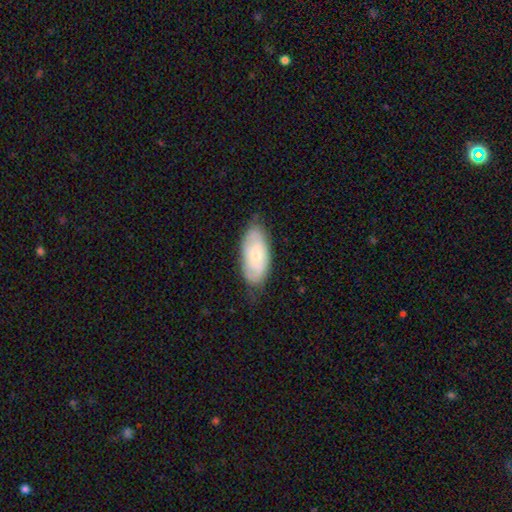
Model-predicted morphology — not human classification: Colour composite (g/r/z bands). It shows a smooth galaxy with no disk features (50%) that is in between round and cigar-shaped (91%). Merging: none (71%).